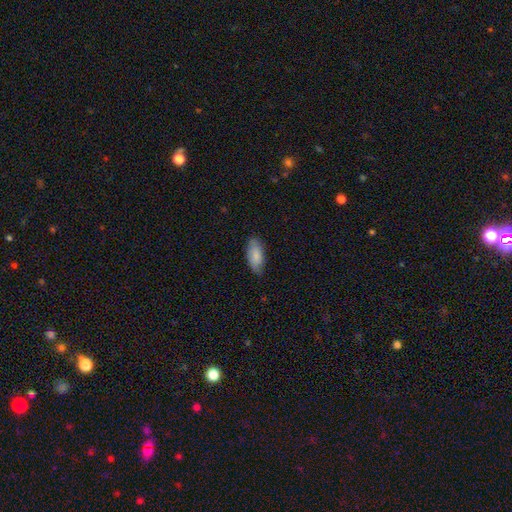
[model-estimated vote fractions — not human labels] Q: Smooth or featured?
A: smooth (85%); runner-up: featured or disk (10%)
Q: How rounded?
A: in between (88%); runner-up: cigar-shaped (10%)
Q: Merging?
A: none (76%); runner-up: minor disturbance (19%)